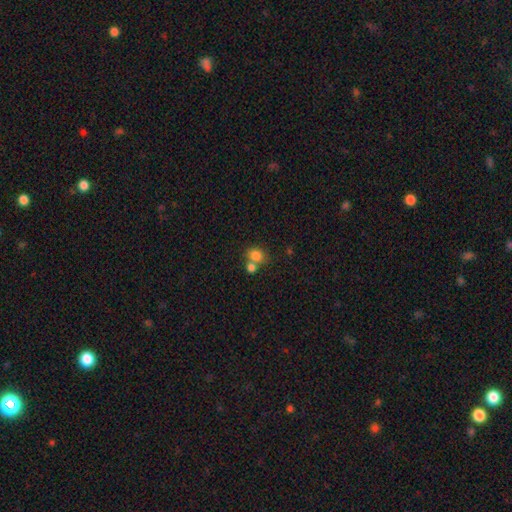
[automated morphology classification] This is clearly a smooth galaxy (81%). How rounded: possibly round (59%). Merging: possibly none (48%).